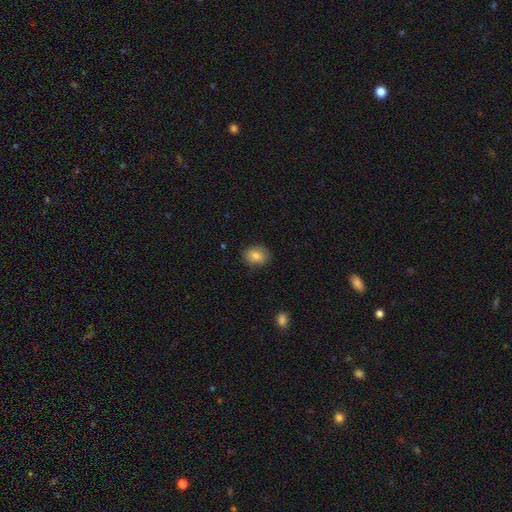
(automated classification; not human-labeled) A smooth galaxy with no disk features (82%) that is in between round and cigar-shaped (52%).

Vote fractions:
- Smooth or featured? smooth: 82% / featured or disk: 9% / star or artifact: 8%
- How rounded? in between: 52% / round: 47% / cigar-shaped: 1%
- Merging? none: 85% / minor disturbance: 11% / major disturbance: 3% / merger: 1%